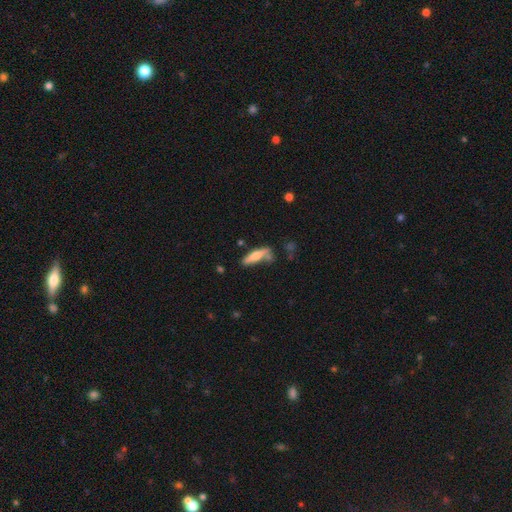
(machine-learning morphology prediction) smooth 62%, featured or disk 32%, star or artifact 6%. Down the decision tree: how rounded — cigar-shaped (66%); merging — none (54%).